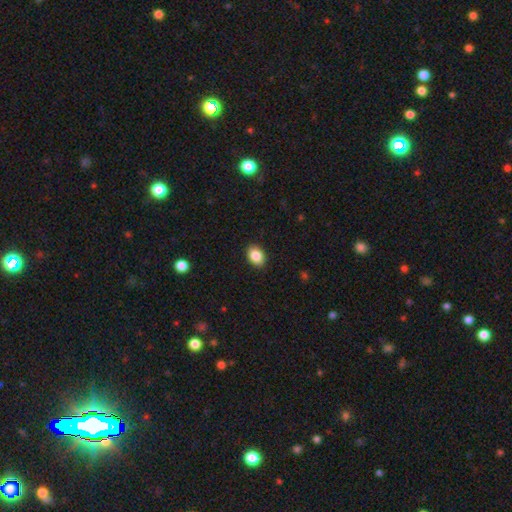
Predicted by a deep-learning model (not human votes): The model was most divided on "how rounded": in between: 72%, round: 27%, cigar-shaped: 1%. More confident: merging — none (89%); smooth or featured — smooth (86%).